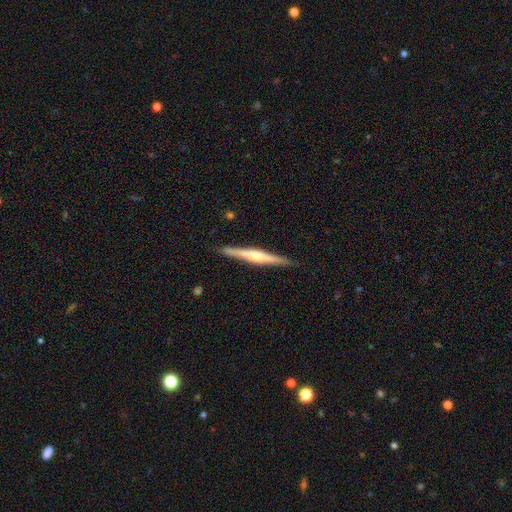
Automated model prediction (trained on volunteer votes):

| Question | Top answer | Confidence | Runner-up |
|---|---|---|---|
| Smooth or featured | featured or disk | 73% | smooth (22%) |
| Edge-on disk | yes | 98% | no (2%) |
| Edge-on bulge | rounded | 83% | none (8%) |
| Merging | none | 90% | minor disturbance (7%) |